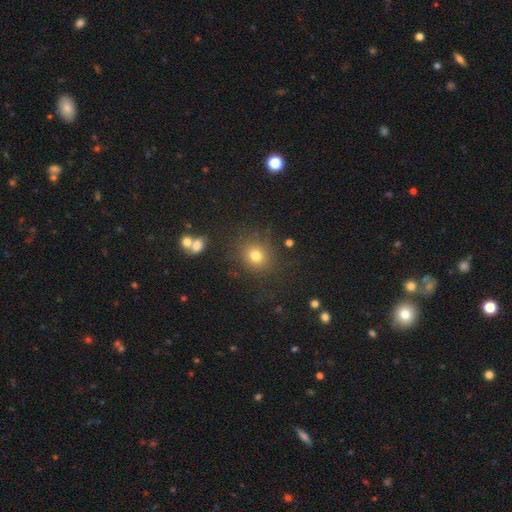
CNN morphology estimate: This appears to be a smooth galaxy with no disk features (77%) that is round (81%). Merging: none (82%).